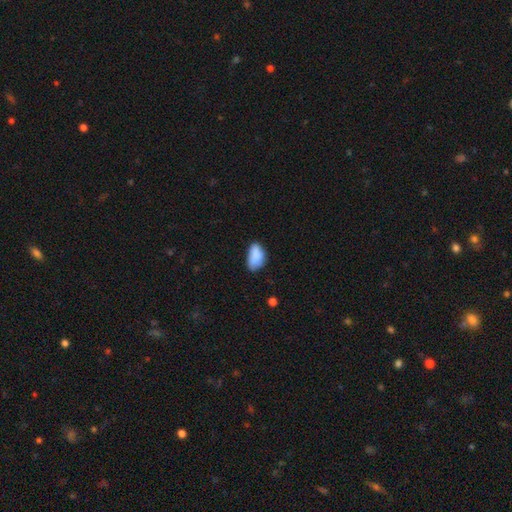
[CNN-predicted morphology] Overall: smooth (84%). How rounded: in between (92%). Merging: none (52%; minor disturbance 36%).